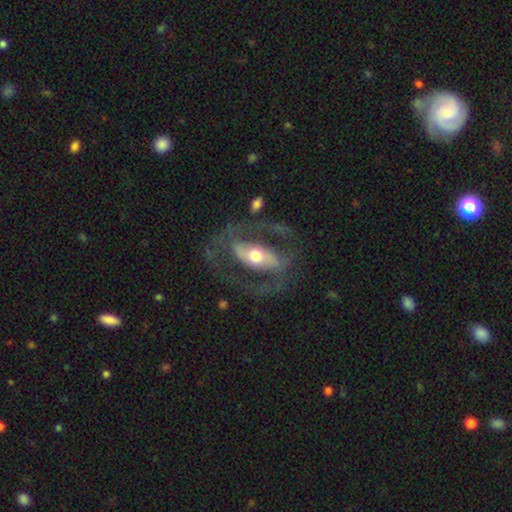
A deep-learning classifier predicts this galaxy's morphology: A featured or disk galaxy (81%) with a strong bar (44%), 2 (87%) medium (51%) spiral arms (80%) and a moderate central bulge (67%). Merging: none (66%).